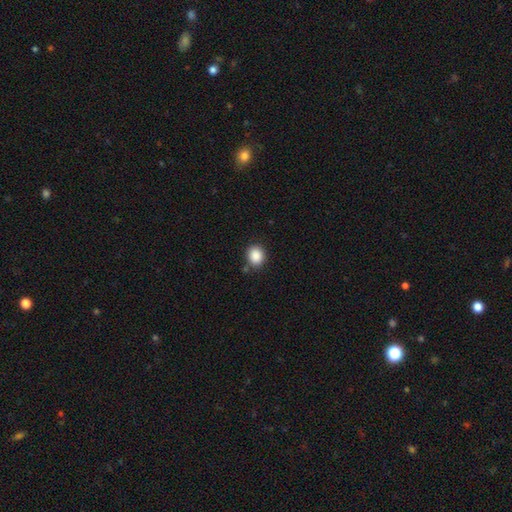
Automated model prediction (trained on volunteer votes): This is clearly a smooth galaxy (88%). How rounded: likely round (69%). Merging: clearly none (83%).